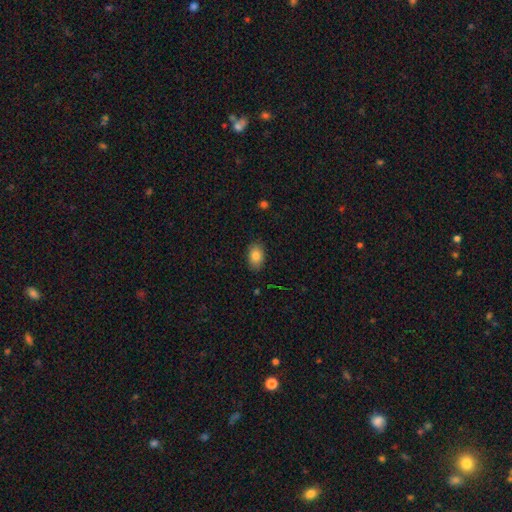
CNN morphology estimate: type=smooth (84%); roundness=in between (86%); merging=none (87%).